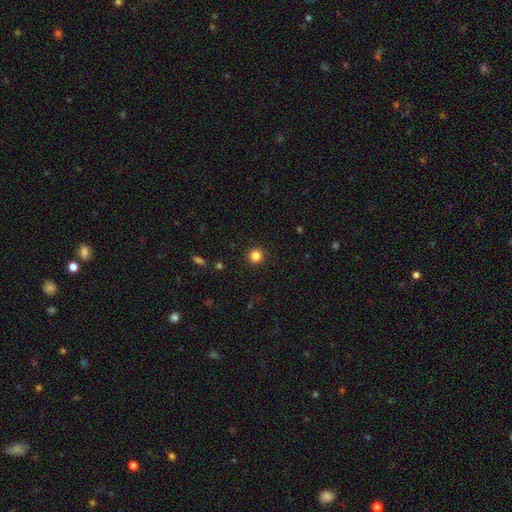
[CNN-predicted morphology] The model was most divided on "smooth or featured": smooth: 84%, star or artifact: 12%, featured or disk: 4%. More confident: how rounded — round (94%); merging — none (92%).